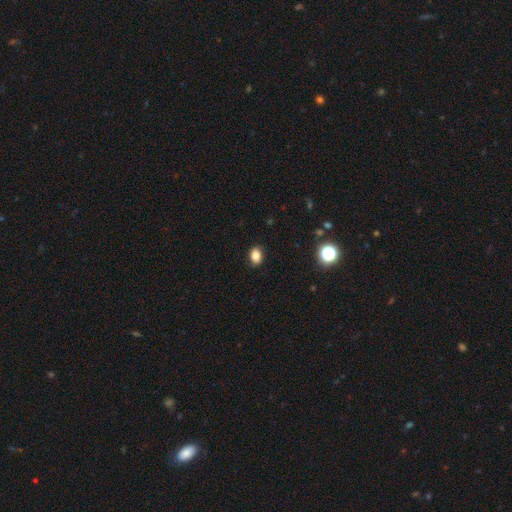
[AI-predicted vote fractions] A smooth galaxy with no disk features (82%) that is in between round and cigar-shaped (74%).

Vote fractions:
- Smooth or featured? smooth: 82% / star or artifact: 11% / featured or disk: 7%
- How rounded? in between: 74% / round: 24% / cigar-shaped: 1%
- Merging? none: 87% / minor disturbance: 9% / major disturbance: 2% / merger: 1%